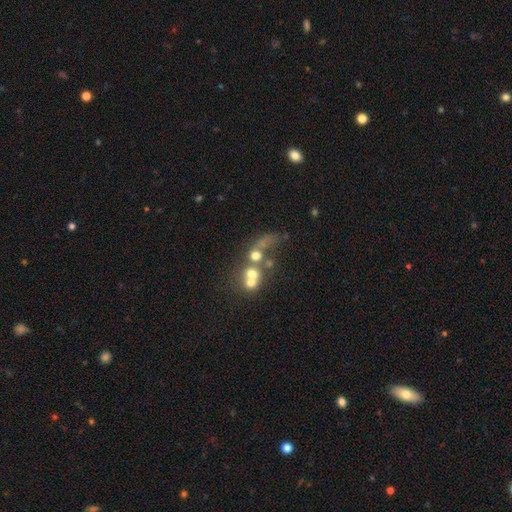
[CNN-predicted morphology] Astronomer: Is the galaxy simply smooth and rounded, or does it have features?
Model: smooth — 52% (runner-up: featured or disk, 29%).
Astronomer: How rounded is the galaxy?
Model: round — 72%.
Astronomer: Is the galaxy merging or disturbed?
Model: merger — 55%.